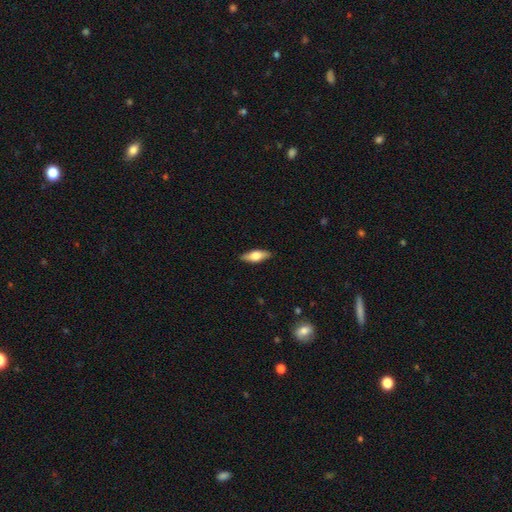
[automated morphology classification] Smooth or featured: smooth — 64% (featured or disk — 30%)
How rounded: in between — 68% (cigar-shaped — 30%)
Merging: none — 87% (minor disturbance — 10%)